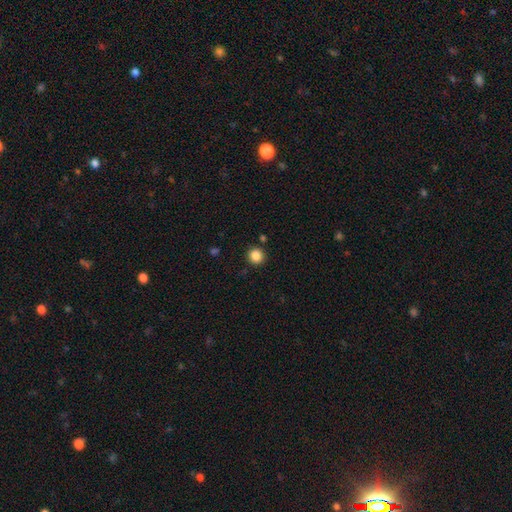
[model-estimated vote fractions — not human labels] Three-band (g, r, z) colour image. It shows a smooth galaxy with no disk features (86%) that is round (92%). Merging: none (89%).